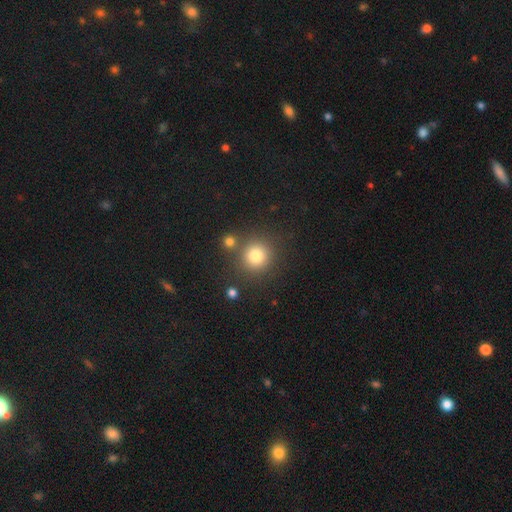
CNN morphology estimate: This appears to be a smooth galaxy with no disk features (79%) that is round (92%). Merging: none (77%).